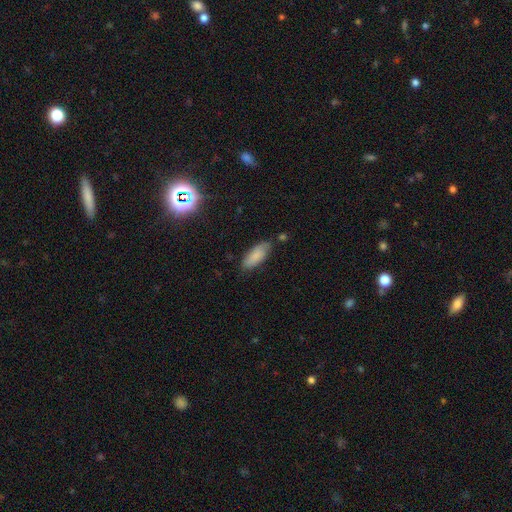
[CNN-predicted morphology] smooth 82%, featured or disk 11%, star or artifact 7%. Down the decision tree: how rounded — in between (76%); merging — none (74%).